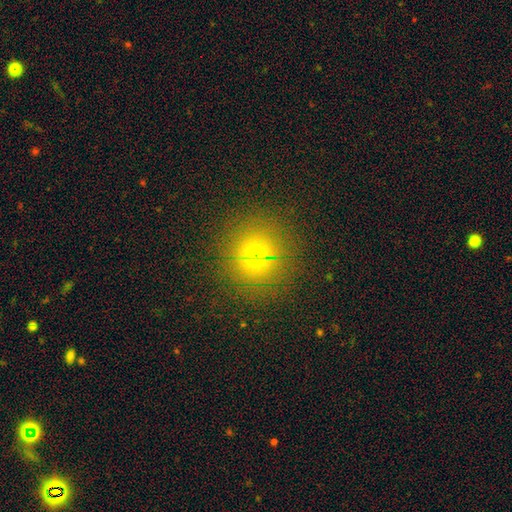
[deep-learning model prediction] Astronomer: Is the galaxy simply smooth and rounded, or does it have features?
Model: smooth — 63%.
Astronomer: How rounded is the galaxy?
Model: round — 91%.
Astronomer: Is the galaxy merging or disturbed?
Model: none — 82%.